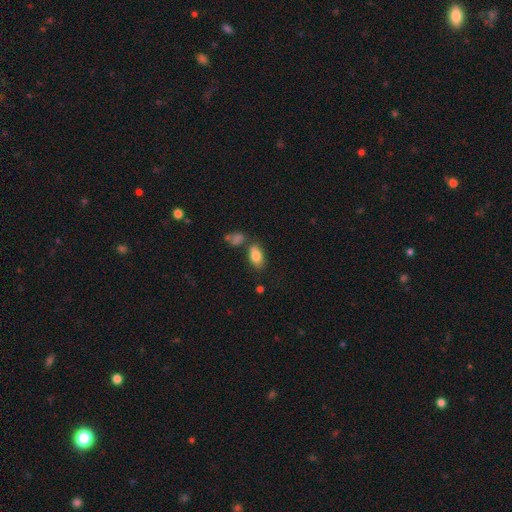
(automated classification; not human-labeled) This is clearly a smooth galaxy (82%). How rounded: clearly in between (91%). Merging: likely none (68%).